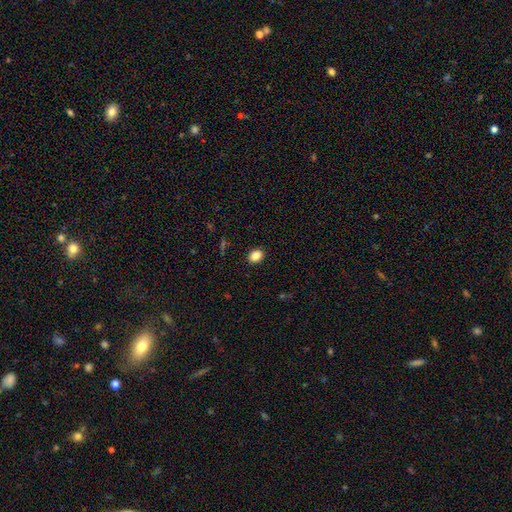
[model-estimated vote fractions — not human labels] Q: Smooth or featured?
A: smooth (86%); runner-up: star or artifact (10%)
Q: How rounded?
A: in between (69%); runner-up: round (30%)
Q: Merging?
A: none (89%); runner-up: minor disturbance (8%)